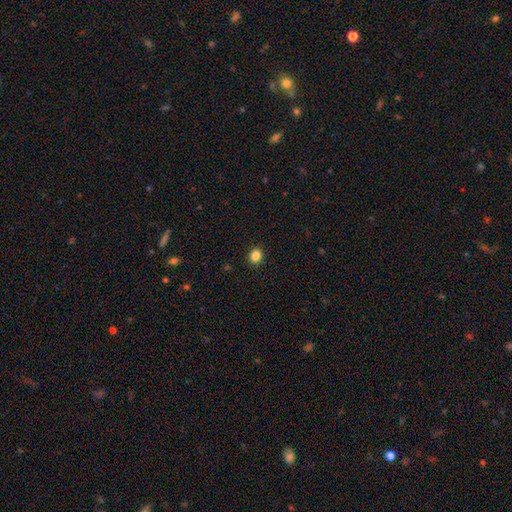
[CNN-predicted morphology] Smooth or featured?
  - smooth: 85% *
  - star or artifact: 12%
  - featured or disk: 4%
How rounded?
  - round: 76% *
  - in between: 24%
  - cigar-shaped: 1%
Merging?
  - none: 91% *
  - minor disturbance: 6%
  - major disturbance: 2%
  - merger: 1%